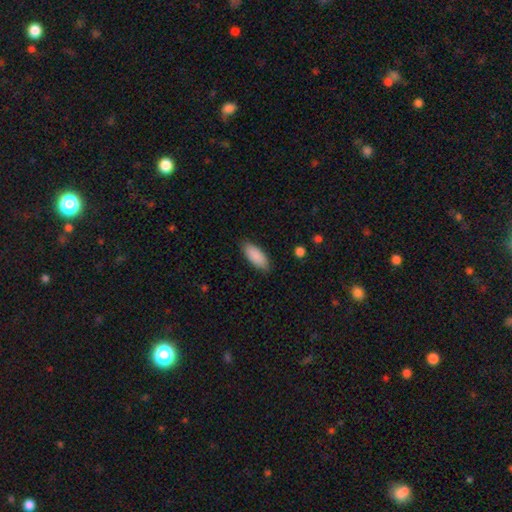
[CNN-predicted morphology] Smooth or featured: smooth — 90% (star or artifact — 6%)
How rounded: in between — 83% (cigar-shaped — 15%)
Merging: none — 85% (minor disturbance — 12%)